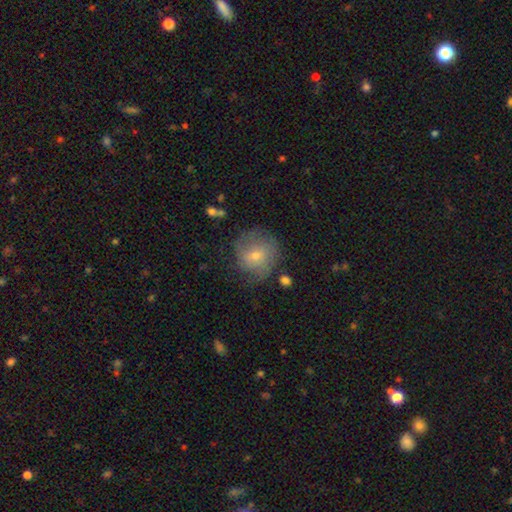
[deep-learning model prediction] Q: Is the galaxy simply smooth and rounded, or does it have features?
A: smooth — 51%.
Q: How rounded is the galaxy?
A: round — 85%.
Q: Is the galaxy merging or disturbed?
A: none — 61%.